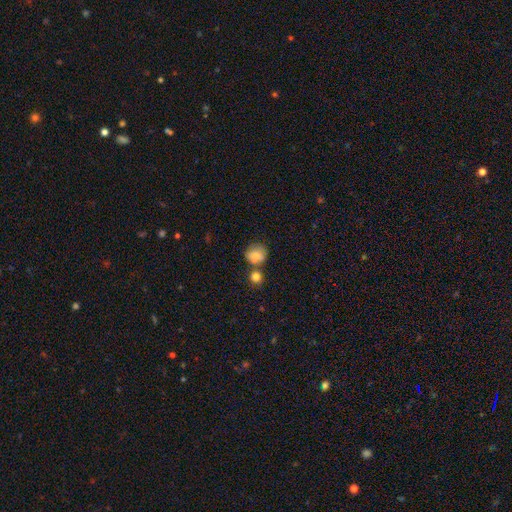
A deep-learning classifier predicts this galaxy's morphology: smooth-or-featured: smooth: 82% | featured or disk: 9% | star or artifact: 9%
  how-rounded: round: 81% | in between: 18% | cigar-shaped: 1%
  merging: none: 55% | merger: 24% | minor disturbance: 16% | major disturbance: 5%